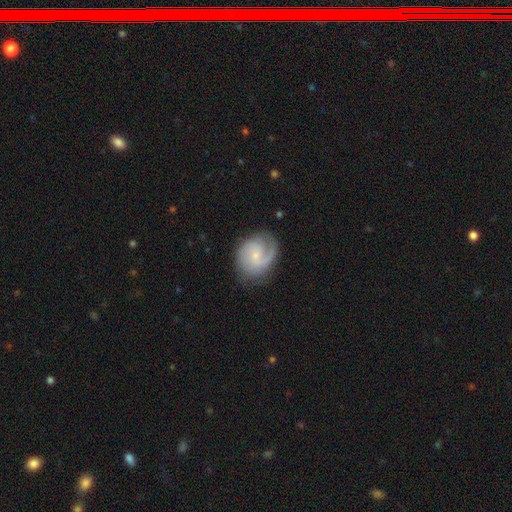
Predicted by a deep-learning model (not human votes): Smooth or featured? Predicted: featured or disk (p=0.73). Edge-on disk? Predicted: no (p=0.98). Bar? Predicted: no (p=0.61). Spiral arms? Predicted: yes (p=0.93). Spiral winding? Predicted: medium (p=0.44). Spiral arm count? Predicted: 2 (p=0.45). Bulge size? Predicted: small (p=0.71). Merging? Predicted: none (p=0.66).